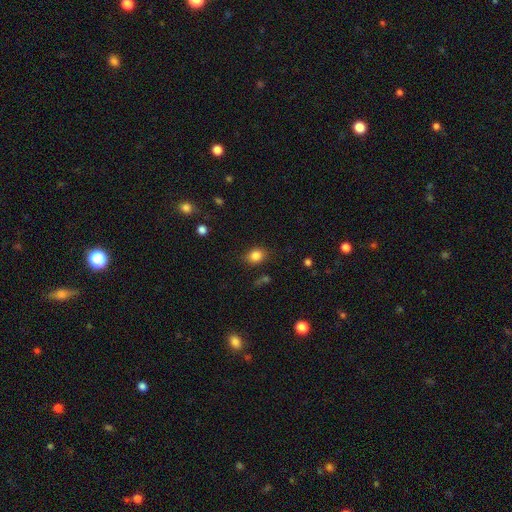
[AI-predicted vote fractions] Smooth or featured?
  - smooth: 83% *
  - star or artifact: 11%
  - featured or disk: 6%
How rounded?
  - round: 50% *
  - in between: 49%
  - cigar-shaped: 1%
Merging?
  - none: 82% *
  - minor disturbance: 13%
  - major disturbance: 3%
  - merger: 2%